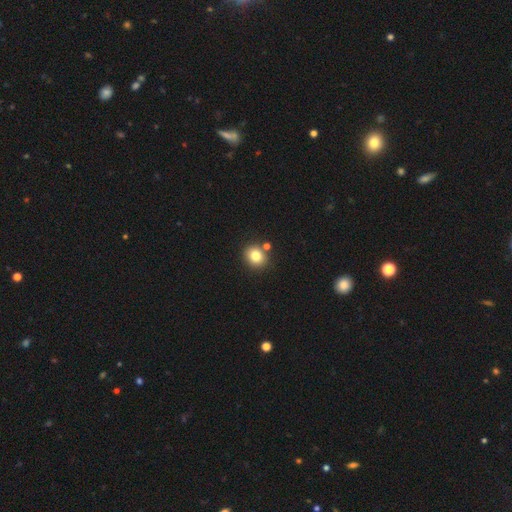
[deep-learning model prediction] Morphology: type=smooth (80%); roundness=round (78%); merging=none (80%).